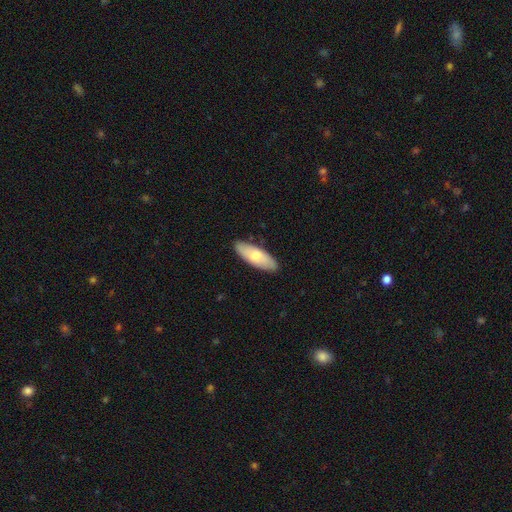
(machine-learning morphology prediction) Smooth or featured: smooth — 71% (featured or disk — 24%)
How rounded: in between — 69% (cigar-shaped — 30%)
Merging: none — 86% (minor disturbance — 11%)